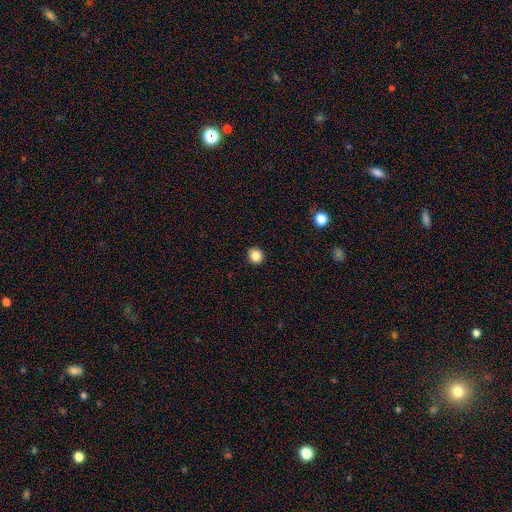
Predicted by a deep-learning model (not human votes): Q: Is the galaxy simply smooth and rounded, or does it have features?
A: smooth — 85%.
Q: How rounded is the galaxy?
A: round — 89%.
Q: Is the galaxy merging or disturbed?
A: none — 93%.